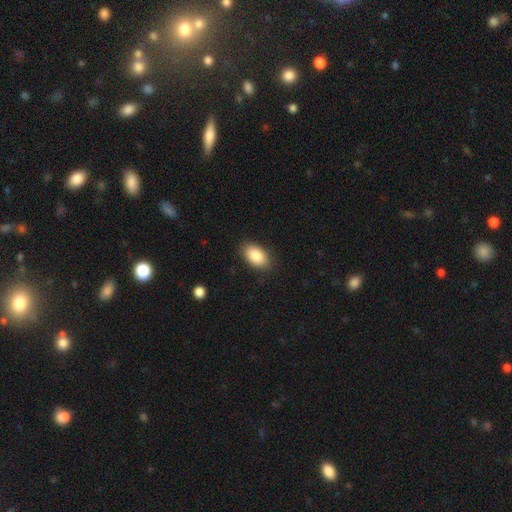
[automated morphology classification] smooth 88%, star or artifact 7%, featured or disk 5%. Down the decision tree: how rounded — in between (93%); merging — none (87%).